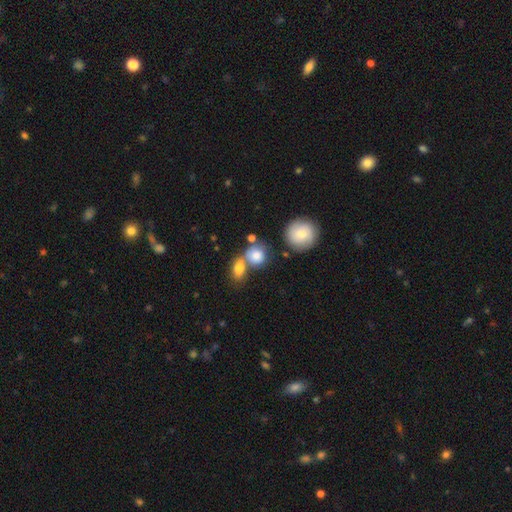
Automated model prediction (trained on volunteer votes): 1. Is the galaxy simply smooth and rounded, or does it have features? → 78% smooth, 13% featured or disk, 9% star or artifact.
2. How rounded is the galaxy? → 74% round, 24% in between, 1% cigar-shaped.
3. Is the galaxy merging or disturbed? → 43% merger, 41% none, 10% minor disturbance, 5% major disturbance.